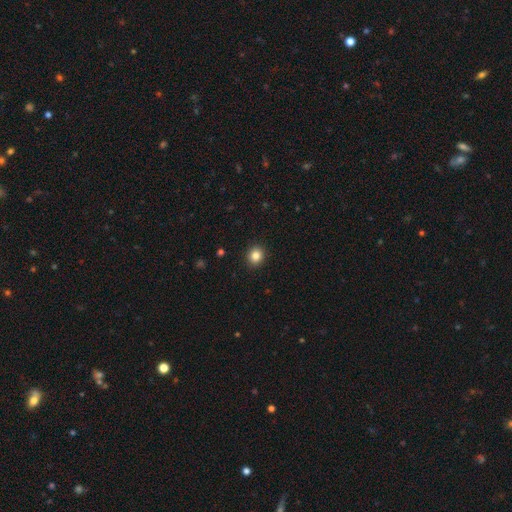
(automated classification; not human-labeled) Q: Smooth or featured?
A: smooth (84%); runner-up: star or artifact (11%)
Q: How rounded?
A: round (84%); runner-up: in between (15%)
Q: Merging?
A: none (92%); runner-up: minor disturbance (5%)